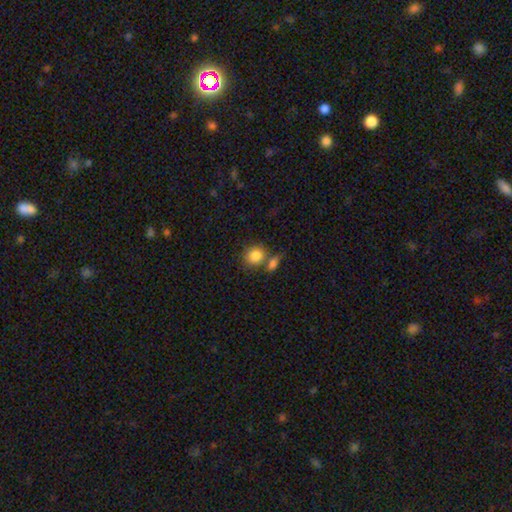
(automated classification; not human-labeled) A smooth galaxy with no disk features (84%) that is round (75%). Merging: none (54%).